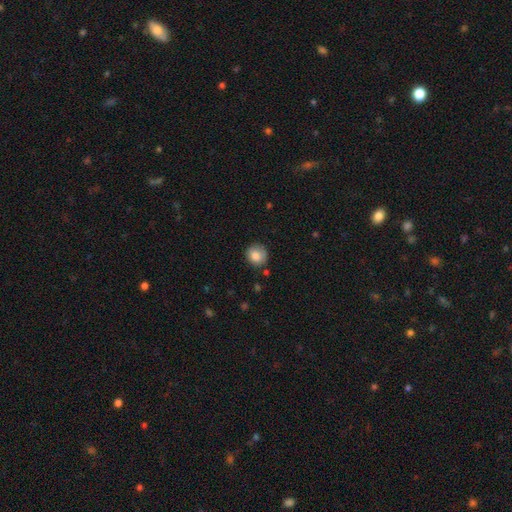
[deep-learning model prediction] The model was most divided on "merging": none: 78%, minor disturbance: 16%, major disturbance: 4%, merger: 3%. More confident: how rounded — round (85%); smooth or featured — smooth (83%).